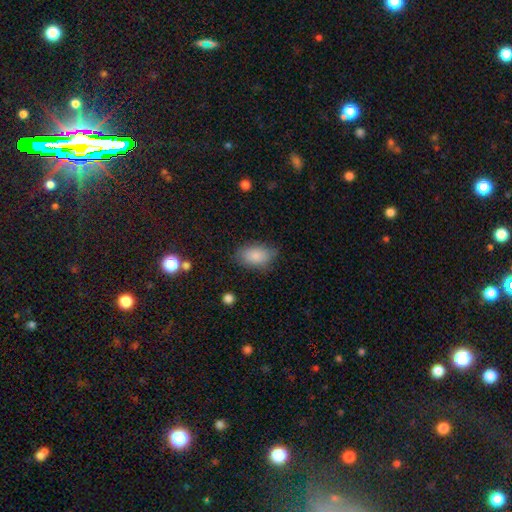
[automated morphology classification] The model was most divided on "merging": none: 76%, minor disturbance: 18%, major disturbance: 5%, merger: 1%. More confident: how rounded — in between (91%); smooth or featured — smooth (86%).